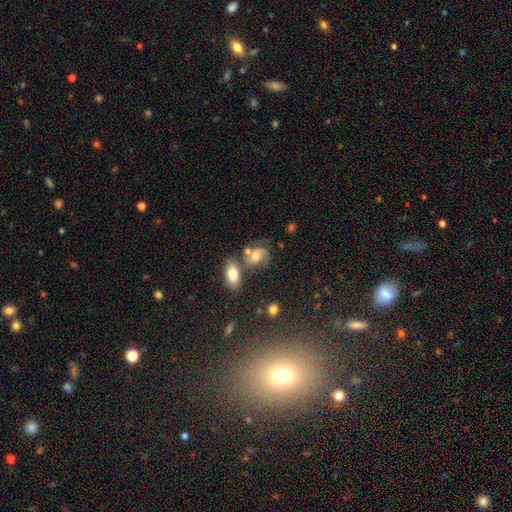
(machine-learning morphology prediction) type=featured or disk (54%); edge-on=no (96%); bar=no (62%); spiral arms=yes (86%); bulge=moderate (47%); merging=none (44%).